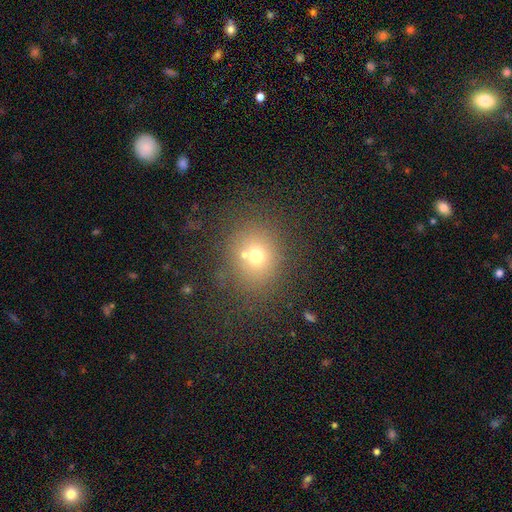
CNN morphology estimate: Smooth or featured? smooth (65%)
How rounded? round (75%)
Merging? none (64%)